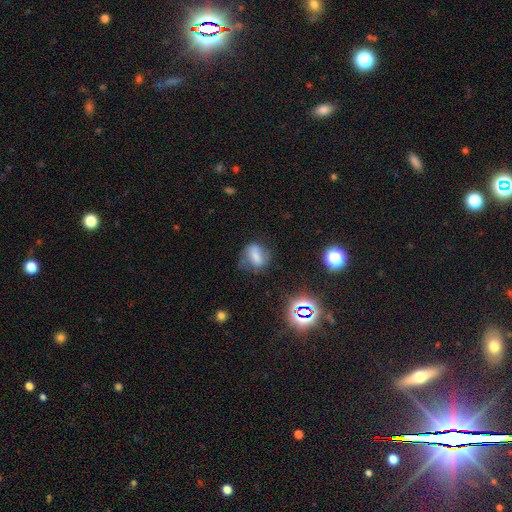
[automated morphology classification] A smooth galaxy with no disk features (63%) that is in between round and cigar-shaped (66%). Merging: none (54%).